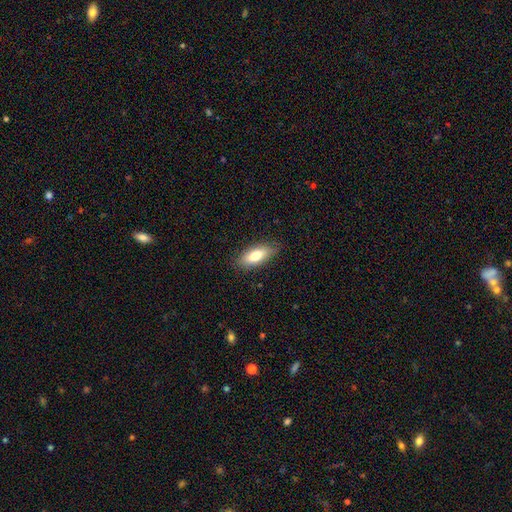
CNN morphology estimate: smooth-or-featured: smooth: 77% | featured or disk: 16% | star or artifact: 7%
  how-rounded: in between: 80% | cigar-shaped: 18% | round: 3%
  merging: none: 84% | minor disturbance: 12% | major disturbance: 3% | merger: 1%